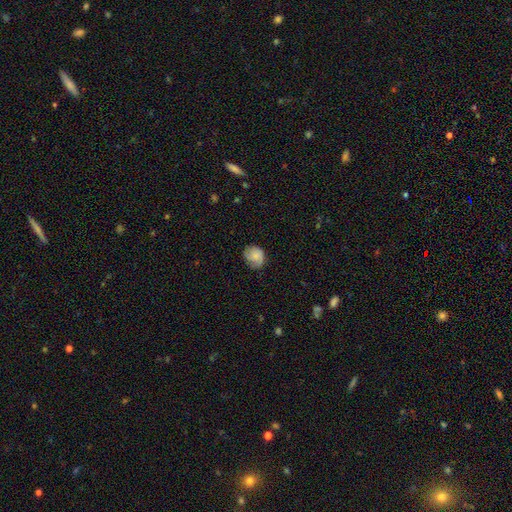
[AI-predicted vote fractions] A smooth galaxy with no disk features (72%) that is round (60%). Merging: none (63%).